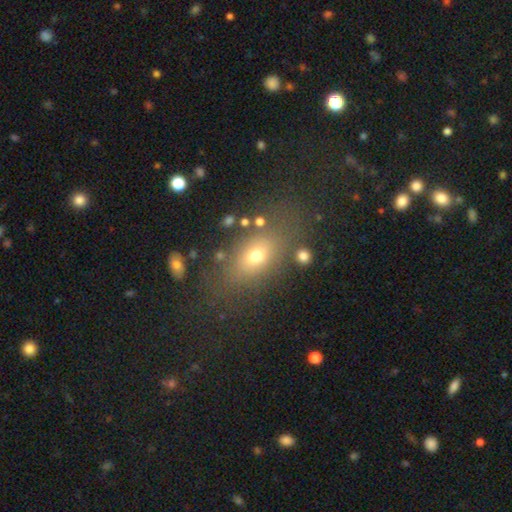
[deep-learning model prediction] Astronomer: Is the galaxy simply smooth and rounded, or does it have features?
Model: smooth — 66%.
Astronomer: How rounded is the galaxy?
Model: in between — 71%.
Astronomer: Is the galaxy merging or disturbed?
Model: none — 71%.